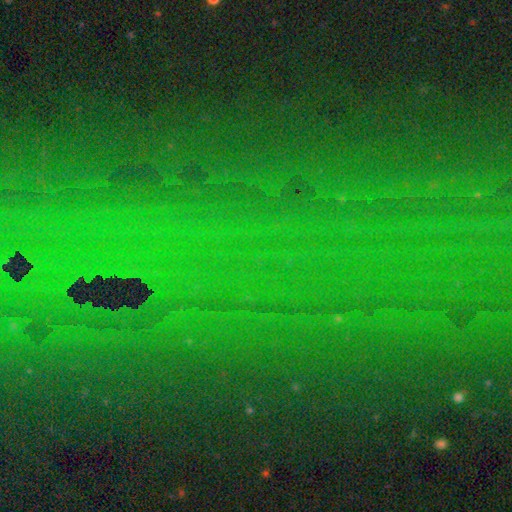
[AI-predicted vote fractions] smooth_or_featured: star or artifact (p=0.80) [alt: smooth p=0.11]